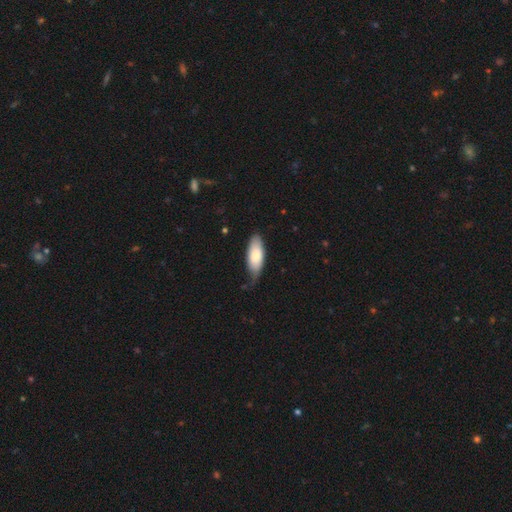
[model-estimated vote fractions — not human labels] Morphology: type=smooth (76%); roundness=in between (80%); merging=none (57%).